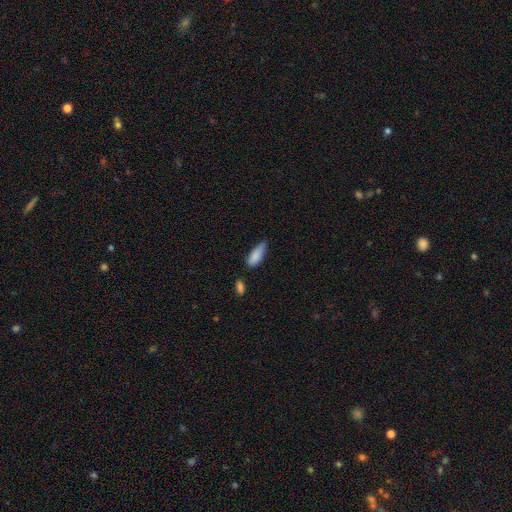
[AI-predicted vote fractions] Morphology: type=smooth (85%); roundness=in between (72%); merging=none (44%).